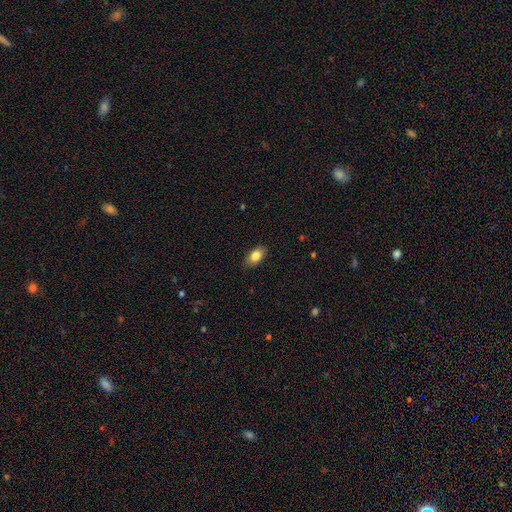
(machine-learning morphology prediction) Overall: smooth (84%). How rounded: in between (90%). Merging: none (86%).